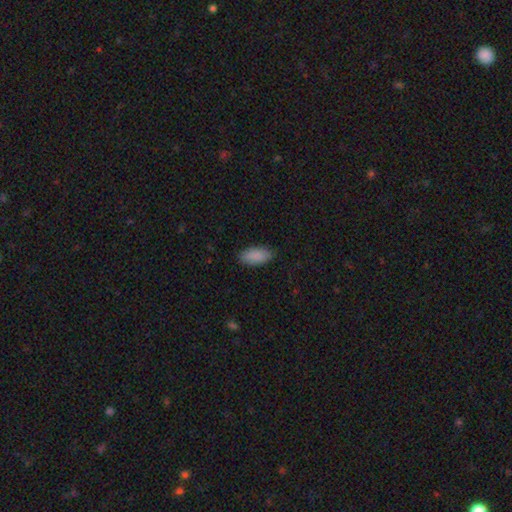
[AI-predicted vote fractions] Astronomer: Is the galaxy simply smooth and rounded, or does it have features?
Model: smooth — 89%.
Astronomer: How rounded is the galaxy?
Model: in between — 91%.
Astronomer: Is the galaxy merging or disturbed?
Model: none — 85%.